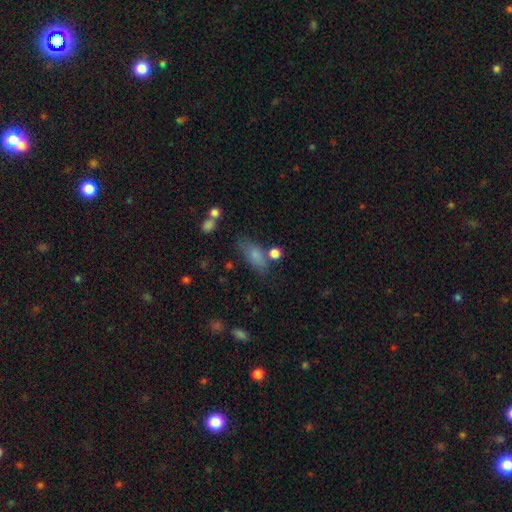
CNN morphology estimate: This is likely a smooth galaxy (76%). How rounded: likely in between (76%). Merging: possibly none (58%).